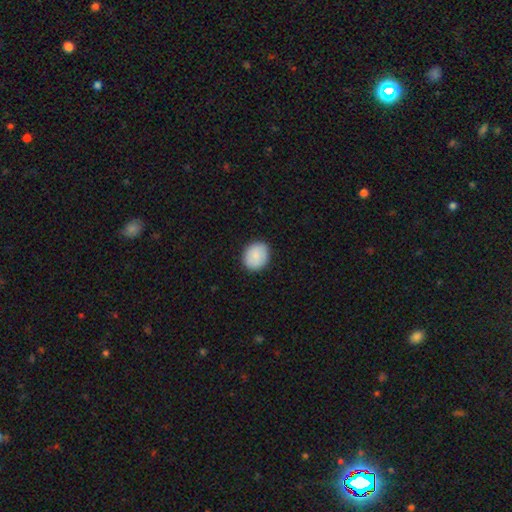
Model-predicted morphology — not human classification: type=smooth (85%); roundness=round (68%); merging=none (88%).